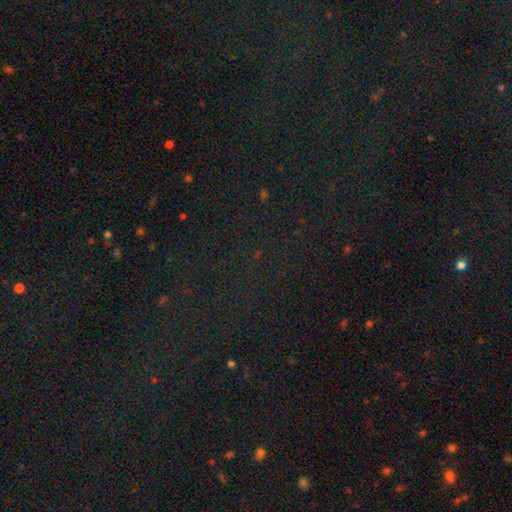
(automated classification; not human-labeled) Smooth or featured?
  - star or artifact: 80% *
  - smooth: 11%
  - featured or disk: 8%